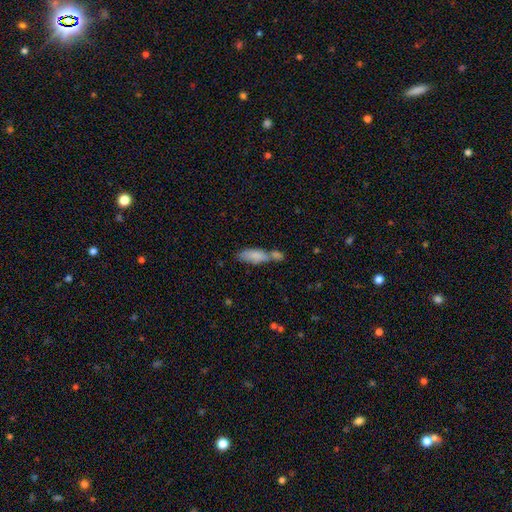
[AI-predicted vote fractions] Smooth or featured?
  - smooth: 81% *
  - featured or disk: 12%
  - star or artifact: 7%
How rounded?
  - in between: 69% *
  - cigar-shaped: 29%
  - round: 2%
Merging?
  - merger: 47% *
  - none: 34%
  - minor disturbance: 13%
  - major disturbance: 5%